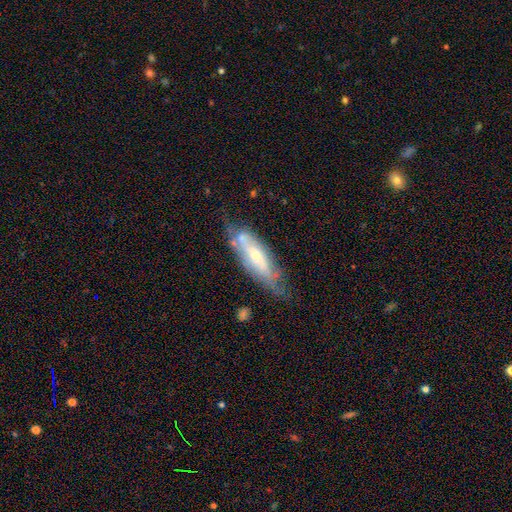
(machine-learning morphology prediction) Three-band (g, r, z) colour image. It shows a featured or disk galaxy (63%). Merging: none (56%).